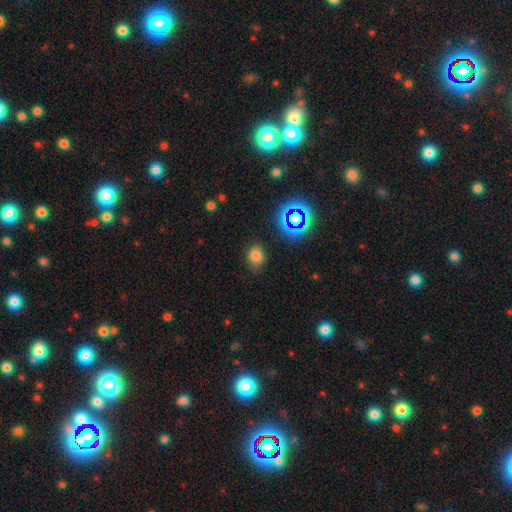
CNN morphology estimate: A smooth galaxy with no disk features (72%) that is round (51%).

Vote fractions:
- Smooth or featured? smooth: 72% / star or artifact: 20% / featured or disk: 7%
- How rounded? round: 51% / in between: 47% / cigar-shaped: 1%
- Merging? none: 83% / minor disturbance: 12% / major disturbance: 4% / merger: 2%